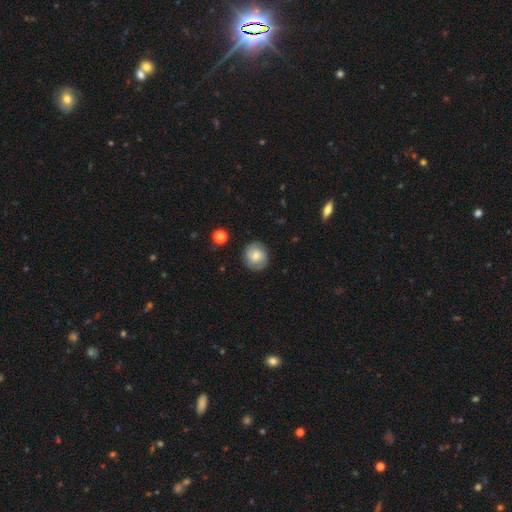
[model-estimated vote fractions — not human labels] Q: Smooth or featured?
A: smooth (68%); runner-up: featured or disk (24%)
Q: How rounded?
A: round (86%); runner-up: in between (13%)
Q: Merging?
A: none (85%); runner-up: minor disturbance (11%)